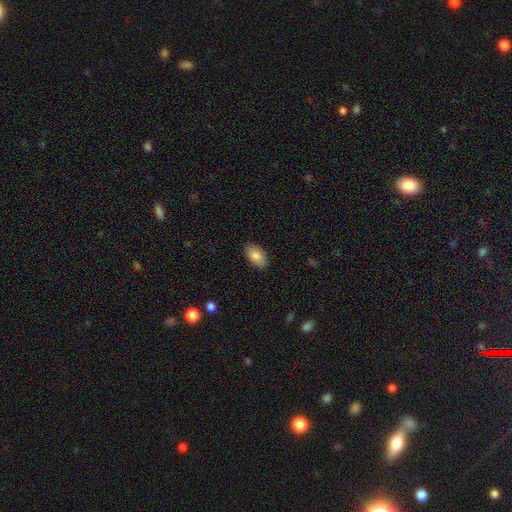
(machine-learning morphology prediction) Smooth or featured? smooth (84%)
How rounded? in between (94%)
Merging? none (87%)